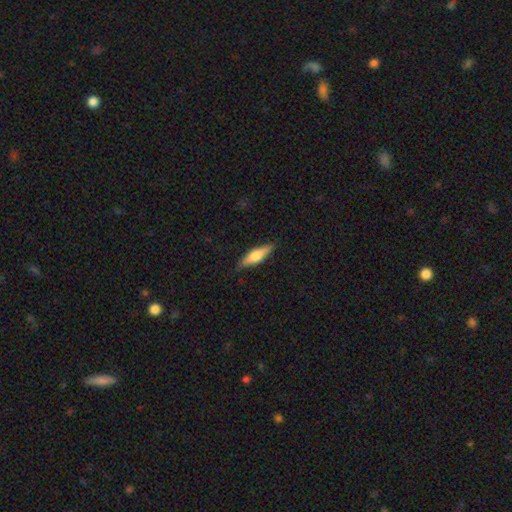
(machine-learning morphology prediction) This is possibly a smooth galaxy (59%). How rounded: likely cigar-shaped (63%). Merging: clearly none (85%).